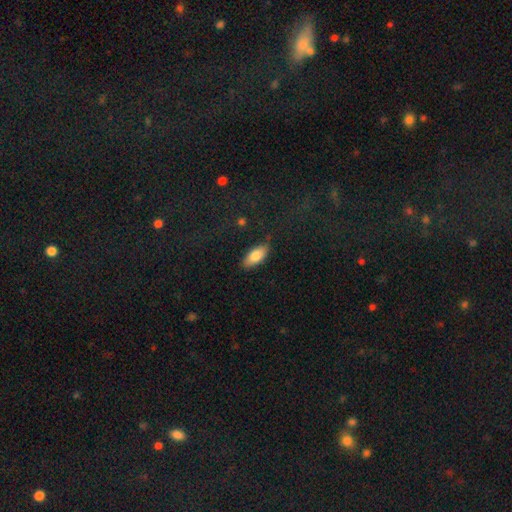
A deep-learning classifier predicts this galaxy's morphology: Smooth or featured?
  - smooth: 81% *
  - featured or disk: 13%
  - star or artifact: 6%
How rounded?
  - in between: 85% *
  - cigar-shaped: 13%
  - round: 2%
Merging?
  - none: 85% *
  - minor disturbance: 11%
  - major disturbance: 3%
  - merger: 1%